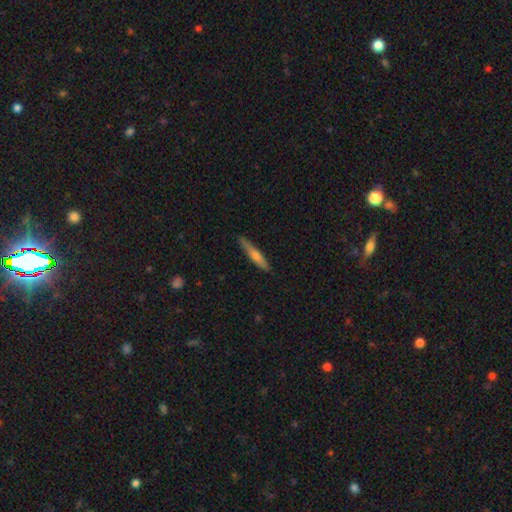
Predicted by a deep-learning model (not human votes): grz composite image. It shows a featured or disk galaxy (50%). Merging: none (88%).